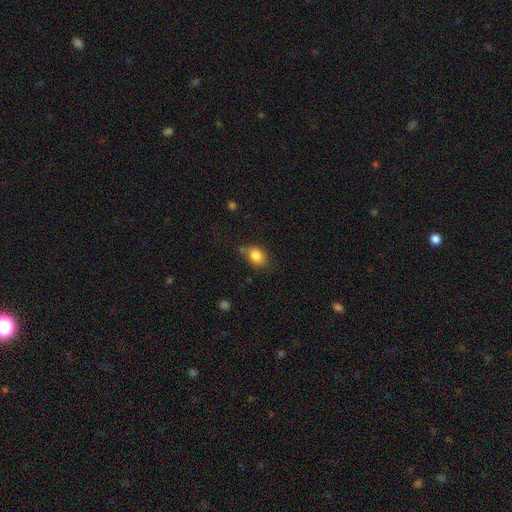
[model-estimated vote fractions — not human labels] smooth_or_featured: smooth (p=0.83) [alt: star or artifact p=0.09]
how_rounded: in between (p=0.57) [alt: round p=0.41]
merging: none (p=0.65) [alt: minor disturbance p=0.22]